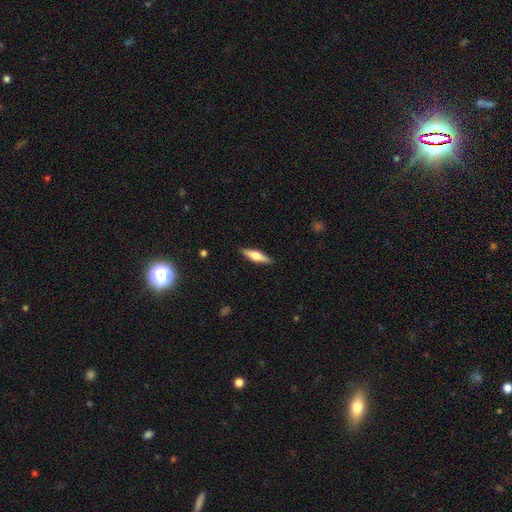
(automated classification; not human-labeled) A smooth galaxy with no disk features (54%) that is cigar-shaped (65%).

Vote fractions:
- Smooth or featured? smooth: 54% / featured or disk: 40% / star or artifact: 6%
- How rounded? cigar-shaped: 65% / in between: 33% / round: 2%
- Merging? none: 89% / minor disturbance: 8% / major disturbance: 2% / merger: 1%